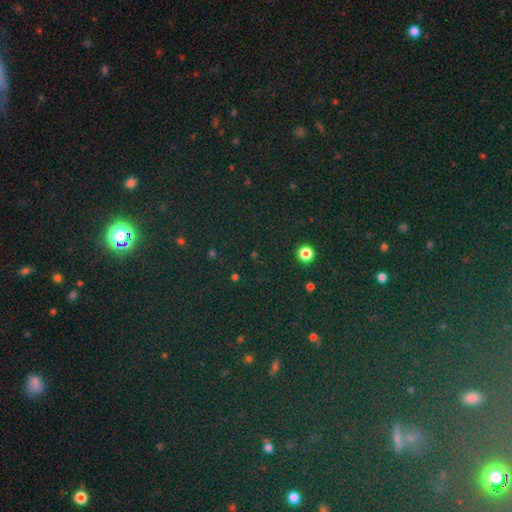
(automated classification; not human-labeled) smooth_or_featured: star or artifact (p=0.76) [alt: smooth p=0.16]